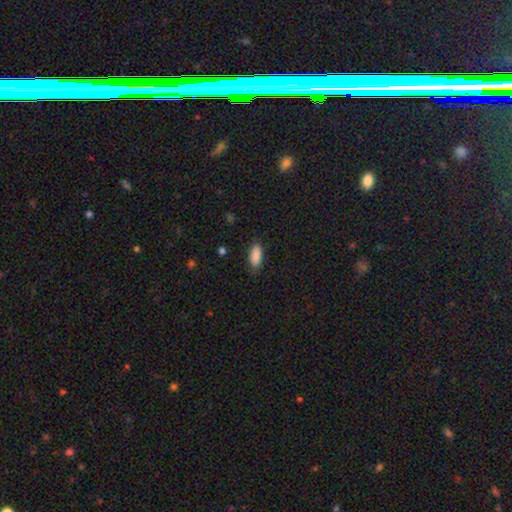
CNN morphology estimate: Q: Smooth or featured?
A: smooth (88%); runner-up: star or artifact (7%)
Q: How rounded?
A: in between (87%); runner-up: cigar-shaped (10%)
Q: Merging?
A: none (82%); runner-up: minor disturbance (14%)